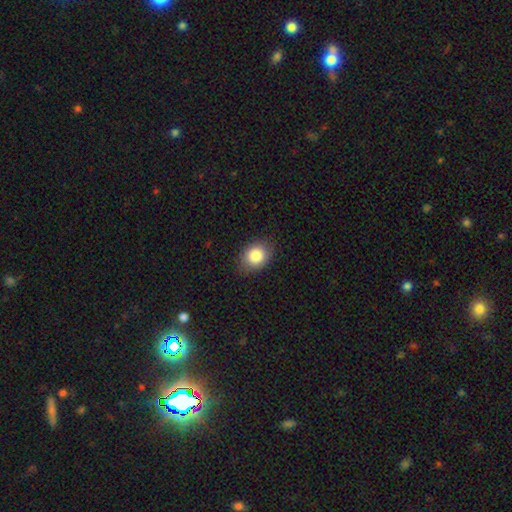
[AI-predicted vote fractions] Q: Smooth or featured?
A: smooth (85%); runner-up: star or artifact (8%)
Q: How rounded?
A: in between (58%); runner-up: round (40%)
Q: Merging?
A: none (82%); runner-up: minor disturbance (14%)